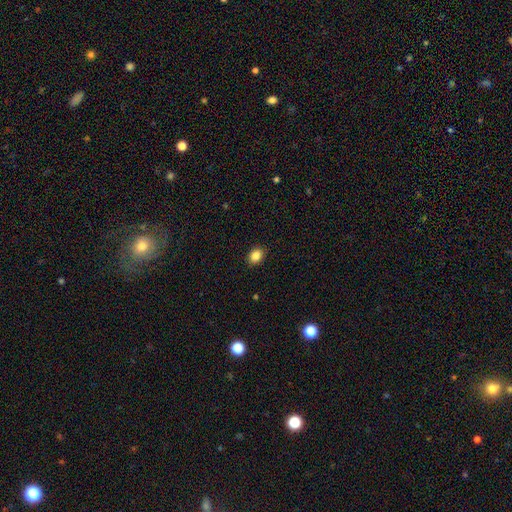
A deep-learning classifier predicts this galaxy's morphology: A smooth galaxy with no disk features (87%) that is in between round and cigar-shaped (62%). Merging: none (90%).